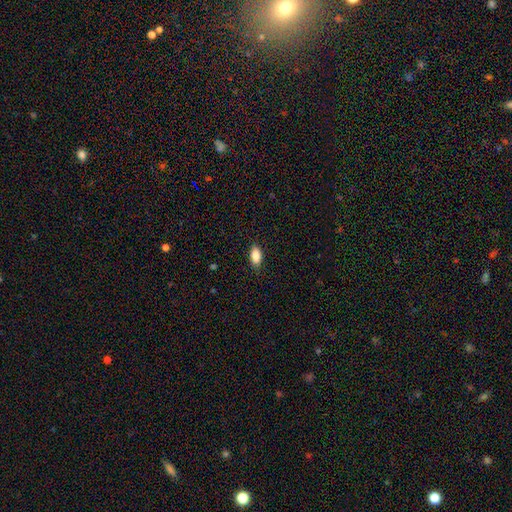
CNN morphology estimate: type=smooth (87%); roundness=in between (90%); merging=none (87%).